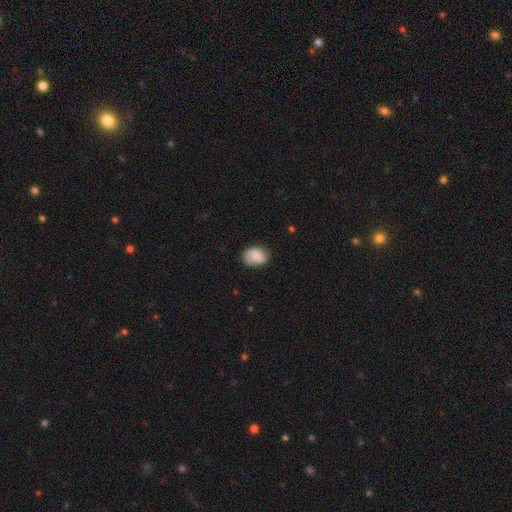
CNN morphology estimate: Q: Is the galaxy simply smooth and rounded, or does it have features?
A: smooth — 76%.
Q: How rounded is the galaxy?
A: in between — 64%.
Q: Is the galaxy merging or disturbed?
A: none — 63%.